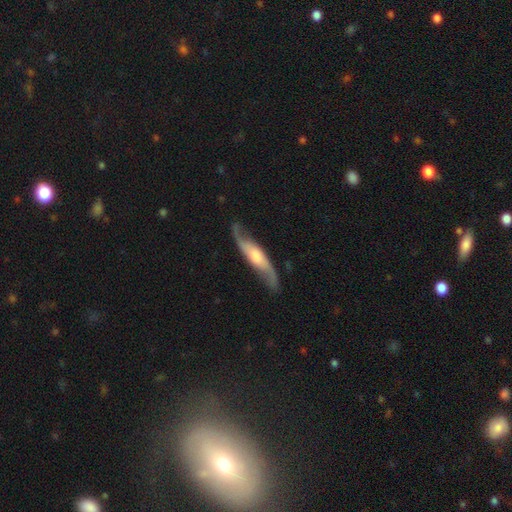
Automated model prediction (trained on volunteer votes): Q: Smooth or featured?
A: featured or disk (77%); runner-up: smooth (18%)
Q: Edge-on disk?
A: no (60%); runner-up: yes (40%)
Q: Merging?
A: none (77%); runner-up: minor disturbance (16%)